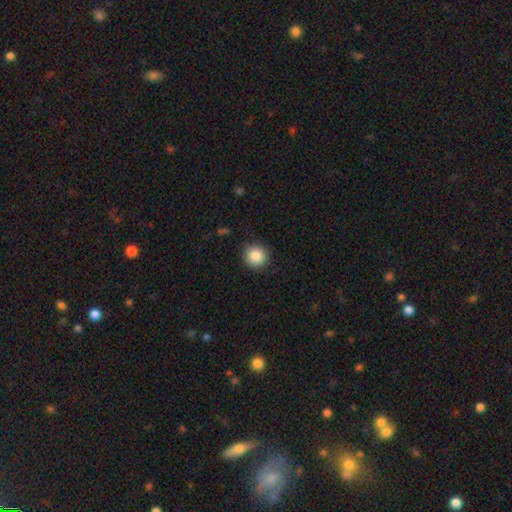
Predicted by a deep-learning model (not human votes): Smooth or featured: smooth — 86% (star or artifact — 9%)
How rounded: round — 93% (in between — 6%)
Merging: none — 89% (minor disturbance — 8%)